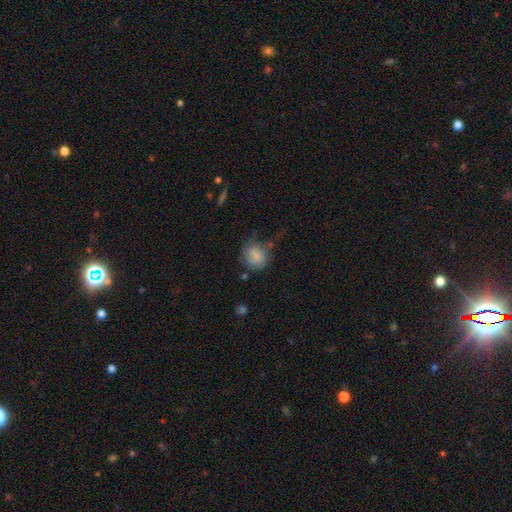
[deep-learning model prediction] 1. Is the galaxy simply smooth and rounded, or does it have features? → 66% smooth, 25% featured or disk, 9% star or artifact.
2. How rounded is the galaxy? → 75% round, 24% in between, 1% cigar-shaped.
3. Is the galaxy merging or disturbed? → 42% none, 29% minor disturbance, 23% major disturbance, 6% merger.